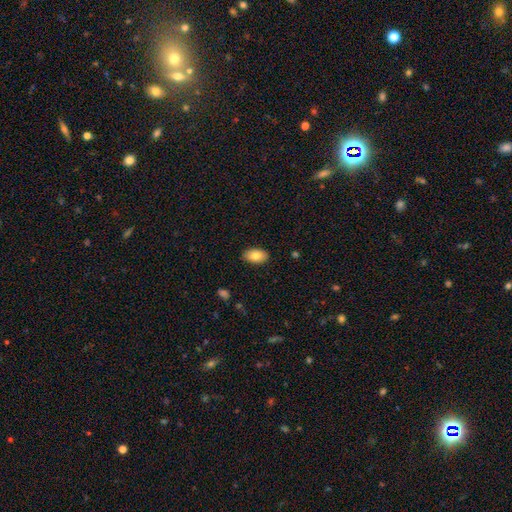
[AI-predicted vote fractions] The model was most divided on "smooth or featured": smooth: 84%, featured or disk: 10%, star or artifact: 7%. More confident: how rounded — in between (94%); merging — none (88%).